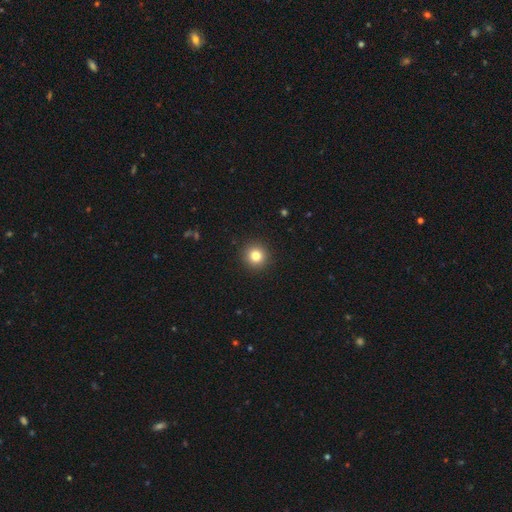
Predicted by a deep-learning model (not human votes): This appears to be a smooth galaxy with no disk features (81%) that is round (94%). Merging: none (92%).